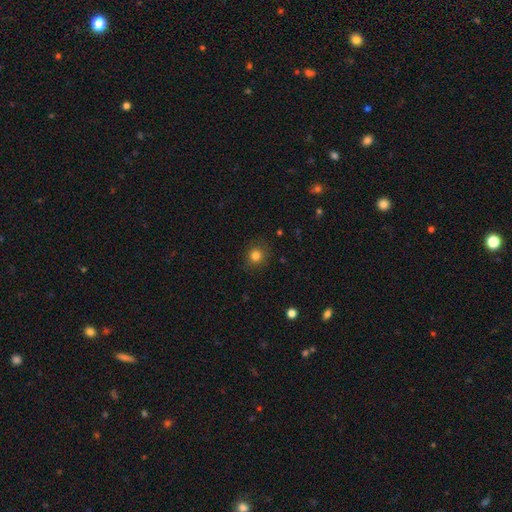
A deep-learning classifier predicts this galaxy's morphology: smooth 82%, star or artifact 13%, featured or disk 6%. Down the decision tree: how rounded — round (86%); merging — none (86%).